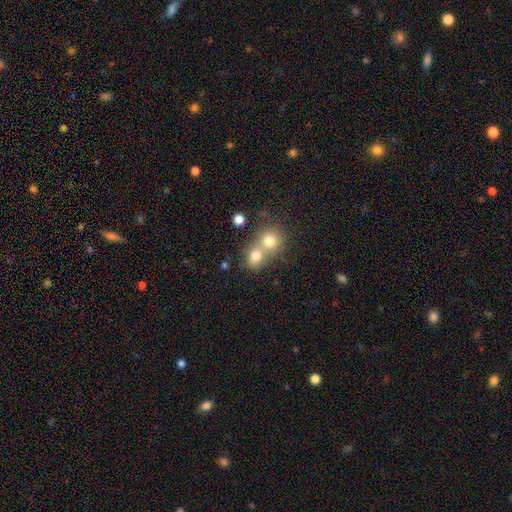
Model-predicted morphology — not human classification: A smooth galaxy with no disk features (75%) that is round (69%).

Vote fractions:
- Smooth or featured? smooth: 75% / featured or disk: 13% / star or artifact: 11%
- How rounded? round: 69% / in between: 30% / cigar-shaped: 1%
- Merging? merger: 63% / none: 28% / minor disturbance: 6% / major disturbance: 3%